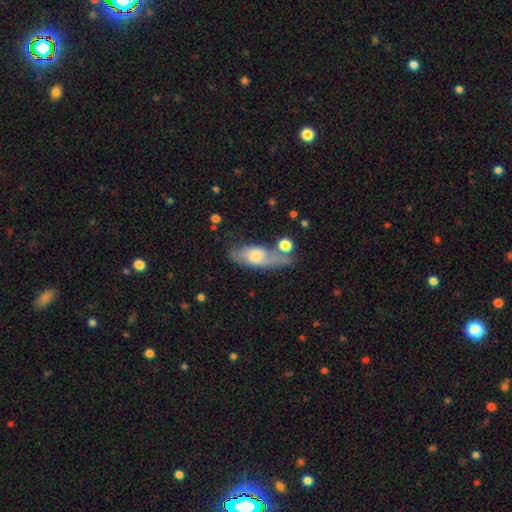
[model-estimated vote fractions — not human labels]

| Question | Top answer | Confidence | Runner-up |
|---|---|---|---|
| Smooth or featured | smooth | 51% | featured or disk (42%) |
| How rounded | in between | 74% | cigar-shaped (19%) |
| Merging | none | 37% | minor disturbance (25%) |